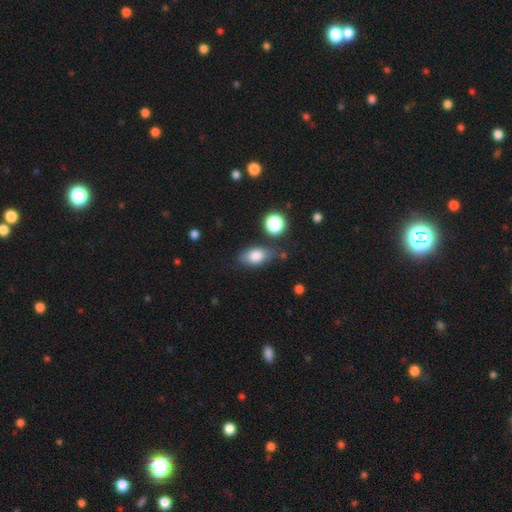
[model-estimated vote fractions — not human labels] smooth 79%, featured or disk 13%, star or artifact 9%. Down the decision tree: how rounded — in between (85%); merging — none (69%).